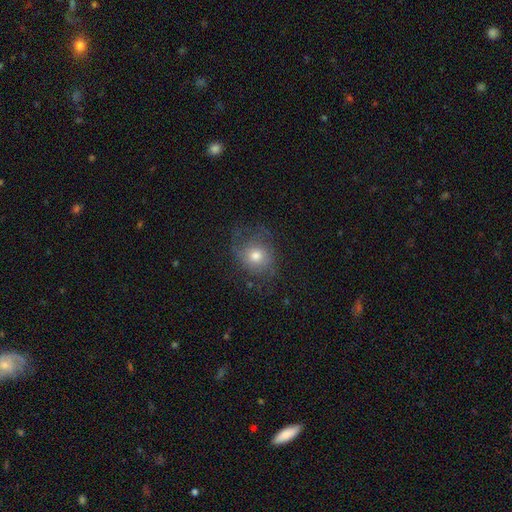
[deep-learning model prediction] This is possibly a smooth galaxy (56%). How rounded: likely round (70%). Merging: possibly none (57%).